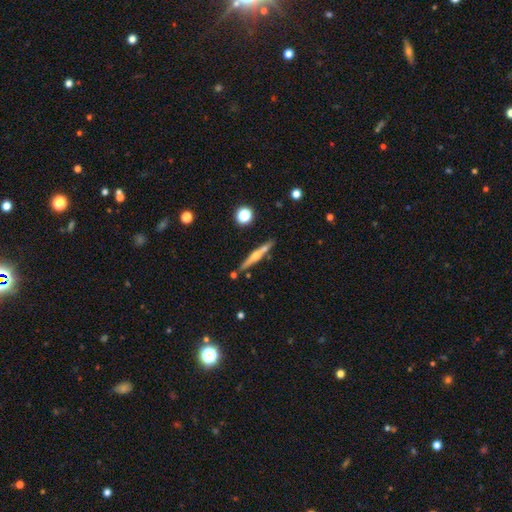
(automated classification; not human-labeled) smooth_or_featured: featured or disk (p=0.67) [alt: smooth p=0.26]
disk_edge_on: yes (p=0.97) [alt: no p=0.03]
edge_on_bulge: rounded (p=0.88) [alt: none p=0.07]
merging: none (p=0.81) [alt: minor disturbance p=0.10]